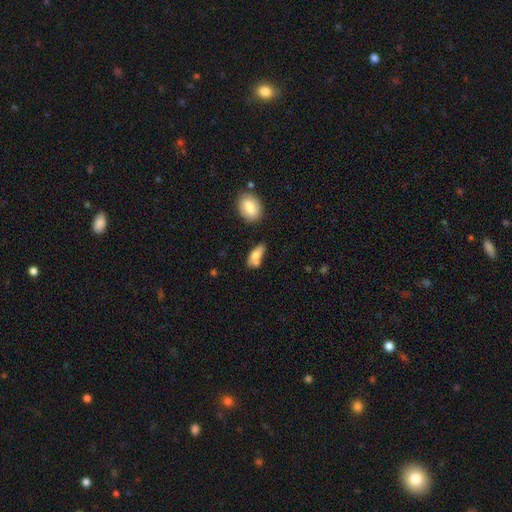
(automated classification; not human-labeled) Q: Smooth or featured?
A: smooth (71%); runner-up: featured or disk (22%)
Q: How rounded?
A: in between (76%); runner-up: cigar-shaped (20%)
Q: Merging?
A: none (51%); runner-up: minor disturbance (22%)